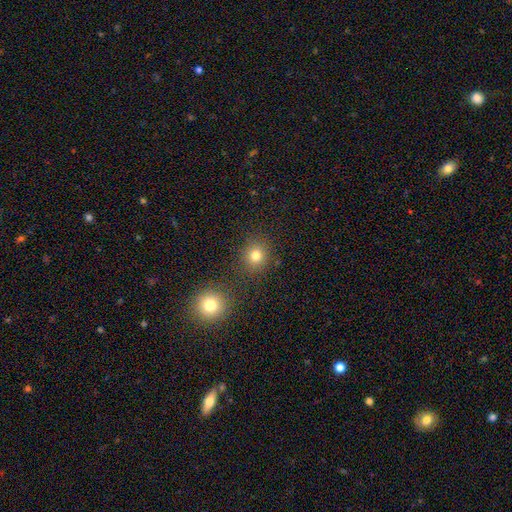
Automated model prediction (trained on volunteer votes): Morphology: type=smooth (77%); roundness=round (86%); merging=none (83%).